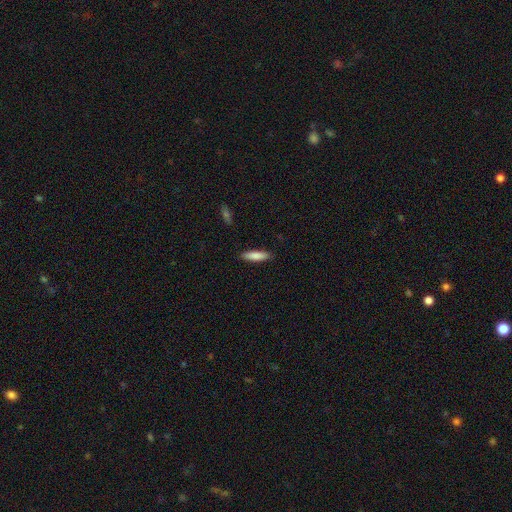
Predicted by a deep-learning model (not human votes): A smooth galaxy with no disk features (84%) that is cigar-shaped (68%). Merging: none (89%).